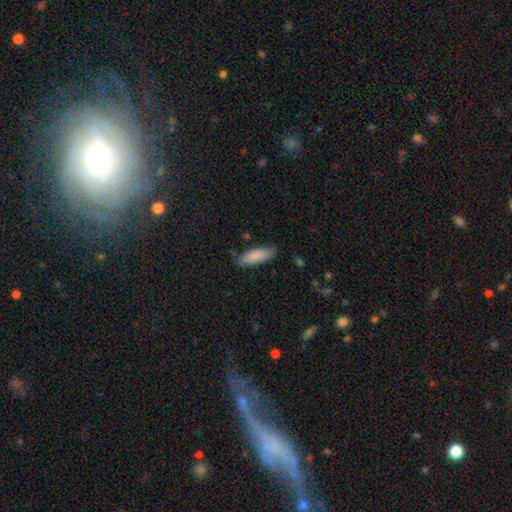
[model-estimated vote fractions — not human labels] Morphology: type=smooth (86%); roundness=in between (50%); merging=none (80%).